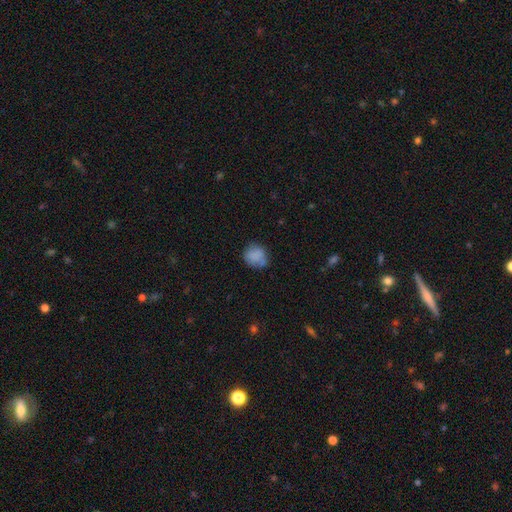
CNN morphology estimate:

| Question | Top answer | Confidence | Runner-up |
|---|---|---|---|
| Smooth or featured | smooth | 79% | featured or disk (12%) |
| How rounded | round | 76% | in between (23%) |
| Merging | none | 61% | minor disturbance (26%) |